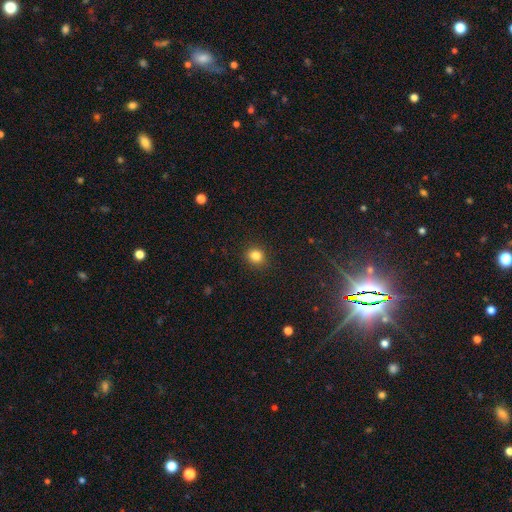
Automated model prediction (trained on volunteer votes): smooth_or_featured: smooth (p=0.84) [alt: star or artifact p=0.12]
how_rounded: round (p=0.80) [alt: in between p=0.19]
merging: none (p=0.89) [alt: minor disturbance p=0.07]